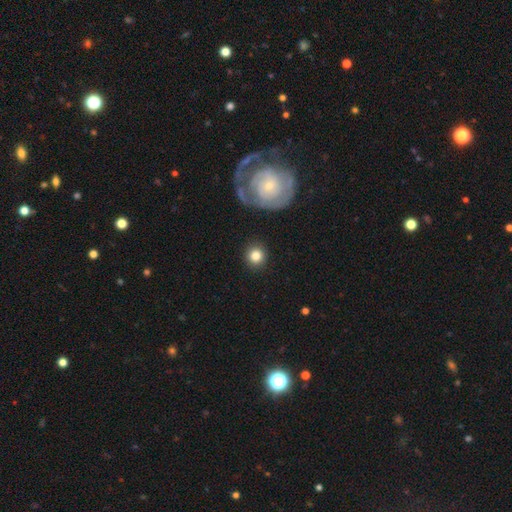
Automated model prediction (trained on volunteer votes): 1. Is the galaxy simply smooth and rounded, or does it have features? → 82% smooth, 9% featured or disk, 9% star or artifact.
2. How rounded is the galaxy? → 91% round, 8% in between, 1% cigar-shaped.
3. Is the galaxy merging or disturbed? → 88% none, 7% minor disturbance, 3% major disturbance, 2% merger.